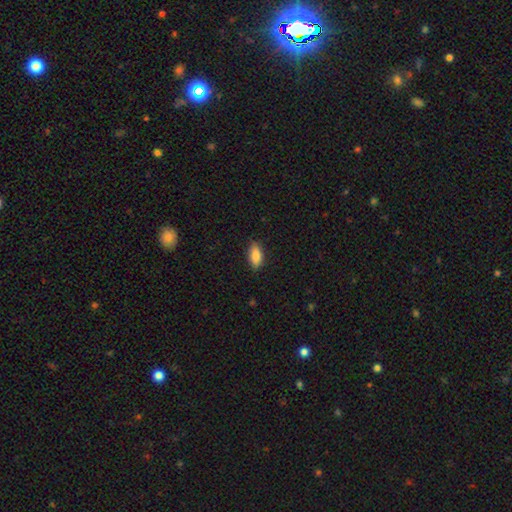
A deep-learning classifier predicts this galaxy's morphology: Smooth or featured? Predicted: smooth (p=0.84). How rounded? Predicted: in between (p=0.85). Merging? Predicted: none (p=0.85).